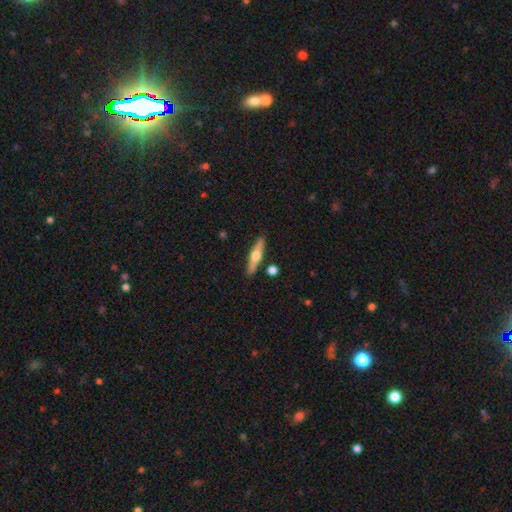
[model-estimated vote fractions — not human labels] Q: Smooth or featured?
A: featured or disk (55%); runner-up: smooth (40%)
Q: Edge-on disk?
A: yes (94%); runner-up: no (6%)
Q: Edge-on bulge?
A: rounded (93%); runner-up: none (4%)
Q: Merging?
A: none (87%); runner-up: minor disturbance (8%)